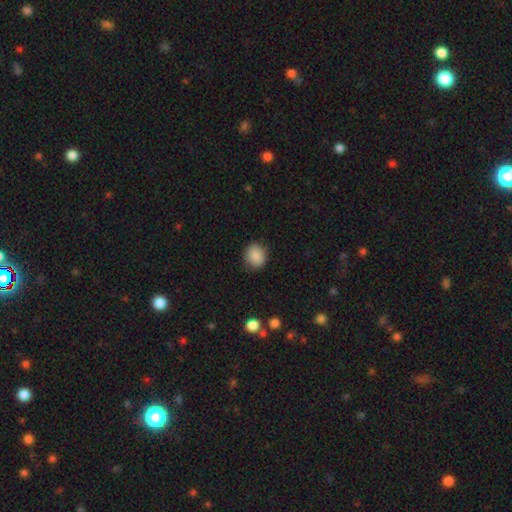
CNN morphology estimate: smooth 87%, star or artifact 9%, featured or disk 4%. Down the decision tree: how rounded — round (74%); merging — none (86%).